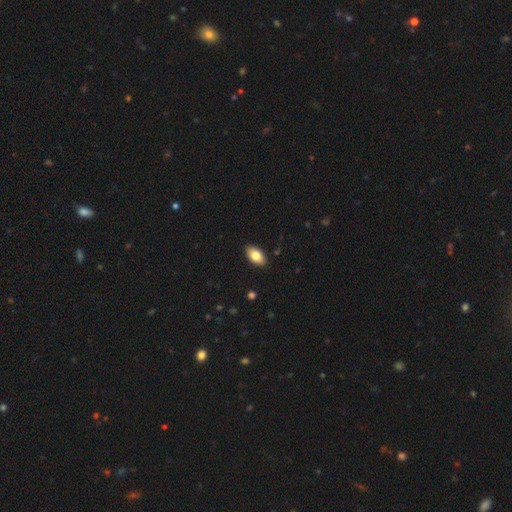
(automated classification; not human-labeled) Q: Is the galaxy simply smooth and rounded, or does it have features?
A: smooth — 82%.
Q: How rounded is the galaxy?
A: in between — 94%.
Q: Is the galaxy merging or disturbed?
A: none — 89%.